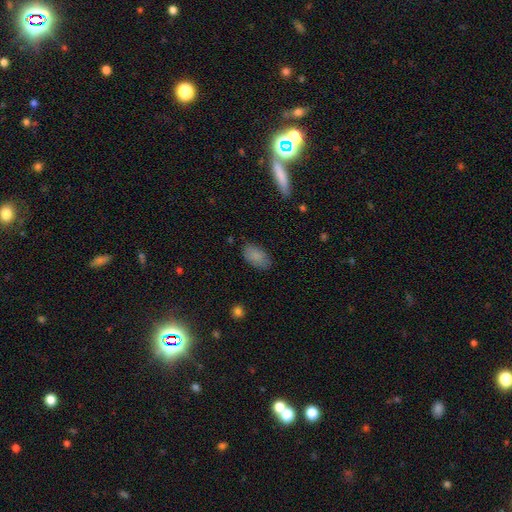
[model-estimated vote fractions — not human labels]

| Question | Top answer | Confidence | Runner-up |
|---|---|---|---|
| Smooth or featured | smooth | 86% | star or artifact (8%) |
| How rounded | in between | 94% | round (4%) |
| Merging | none | 82% | minor disturbance (14%) |